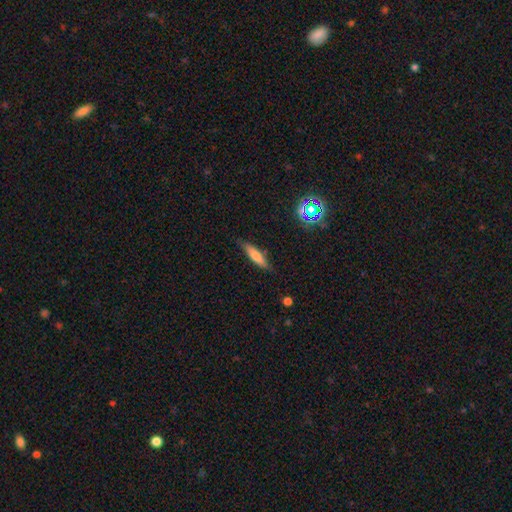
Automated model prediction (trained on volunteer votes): This is likely a smooth galaxy (65%). How rounded: likely cigar-shaped (78%). Merging: clearly none (81%).